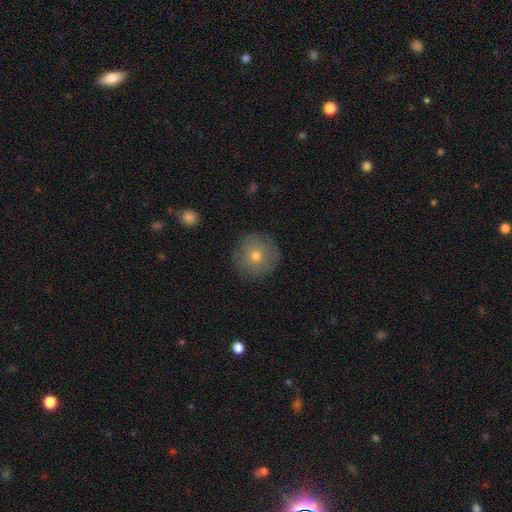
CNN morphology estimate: Q: Smooth or featured?
A: smooth (66%); runner-up: featured or disk (23%)
Q: How rounded?
A: round (95%); runner-up: in between (4%)
Q: Merging?
A: none (87%); runner-up: minor disturbance (10%)